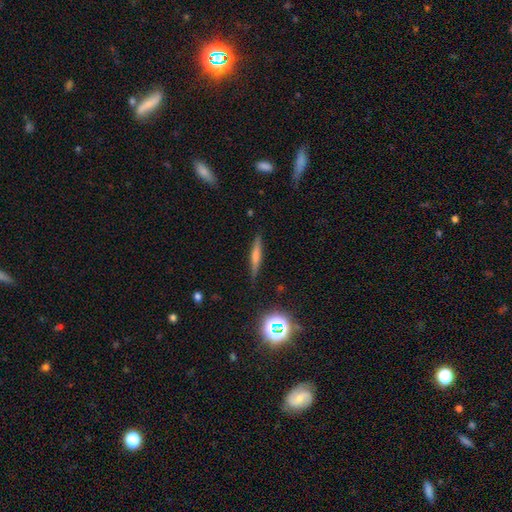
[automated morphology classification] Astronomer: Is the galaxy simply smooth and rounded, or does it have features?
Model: smooth — 54% (runner-up: featured or disk, 35%).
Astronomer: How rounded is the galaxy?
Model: cigar-shaped — 90%.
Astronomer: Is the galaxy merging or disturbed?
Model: none — 85%.